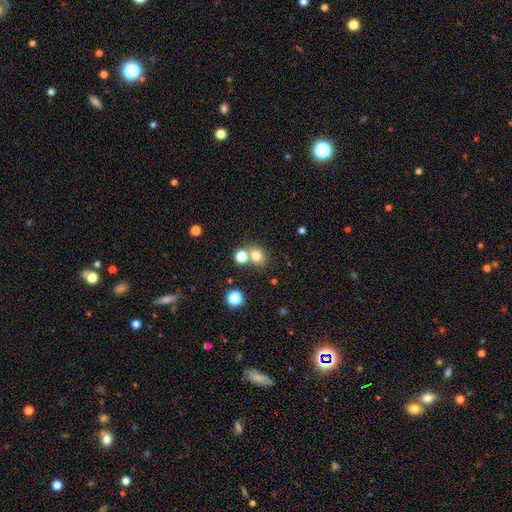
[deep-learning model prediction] Morphology: type=smooth (76%); roundness=round (65%); merging=none (60%).